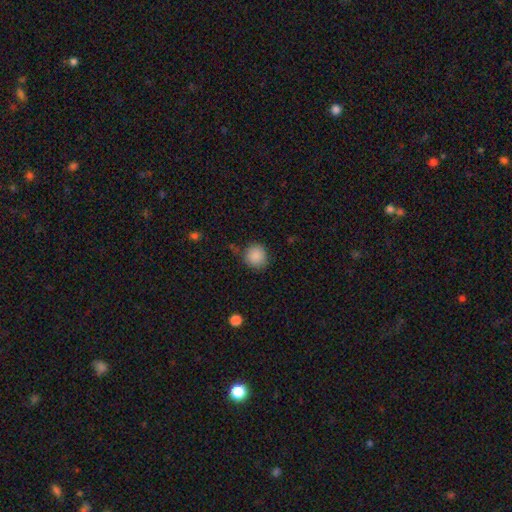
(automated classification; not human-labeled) Q: Smooth or featured?
A: smooth (88%); runner-up: star or artifact (9%)
Q: How rounded?
A: round (89%); runner-up: in between (10%)
Q: Merging?
A: none (81%); runner-up: minor disturbance (13%)